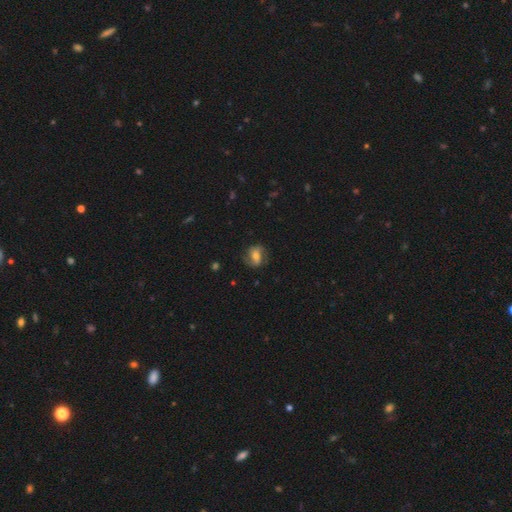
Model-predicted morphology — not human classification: A featured or disk galaxy (48%).

Vote fractions:
- Smooth or featured? featured or disk: 48% / smooth: 43% / star or artifact: 9%
- Merging? none: 71% / minor disturbance: 19% / major disturbance: 9% / merger: 1%